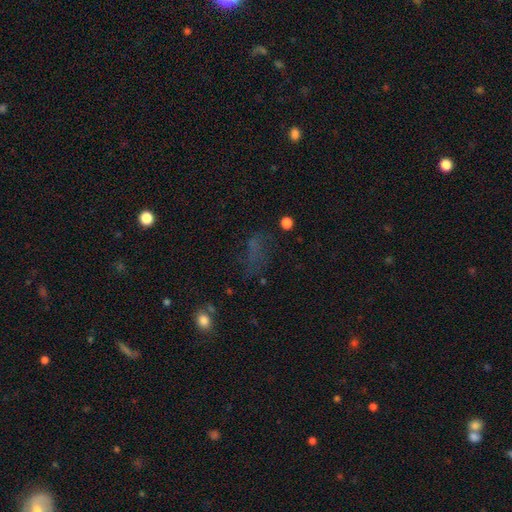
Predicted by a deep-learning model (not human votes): star or artifact 45%, smooth 38%, featured or disk 17%.